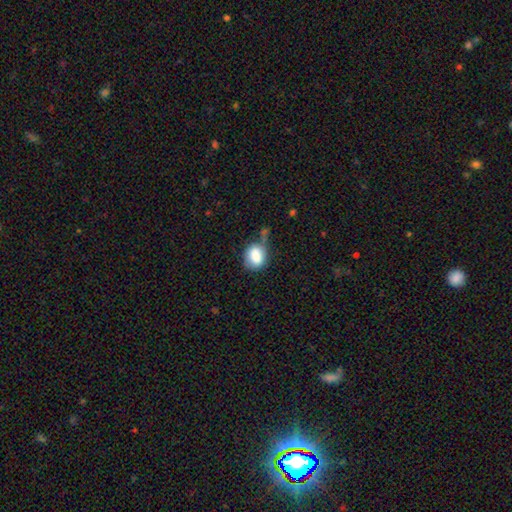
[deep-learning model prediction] smooth_or_featured: smooth (p=0.84) [alt: star or artifact p=0.08]
how_rounded: in between (p=0.51) [alt: round p=0.48]
merging: none (p=0.48) [alt: minor disturbance p=0.29]